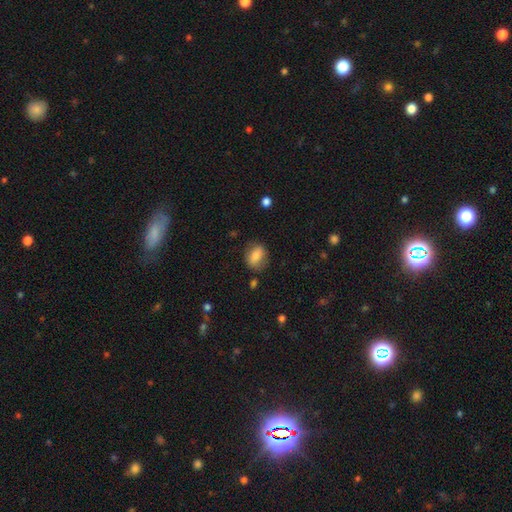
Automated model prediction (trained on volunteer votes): smooth_or_featured: smooth (p=0.76) [alt: featured or disk p=0.16]
how_rounded: in between (p=0.64) [alt: round p=0.34]
merging: none (p=0.74) [alt: minor disturbance p=0.18]